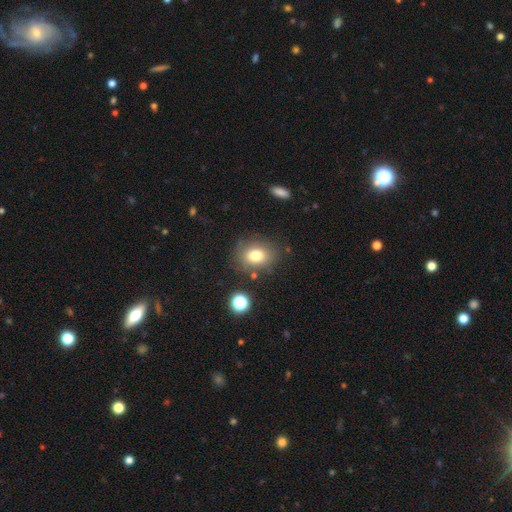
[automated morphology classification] Smooth or featured?
  - smooth: 76% *
  - star or artifact: 12%
  - featured or disk: 12%
How rounded?
  - in between: 50% *
  - round: 49%
  - cigar-shaped: 1%
Merging?
  - none: 77% *
  - minor disturbance: 14%
  - major disturbance: 5%
  - merger: 4%